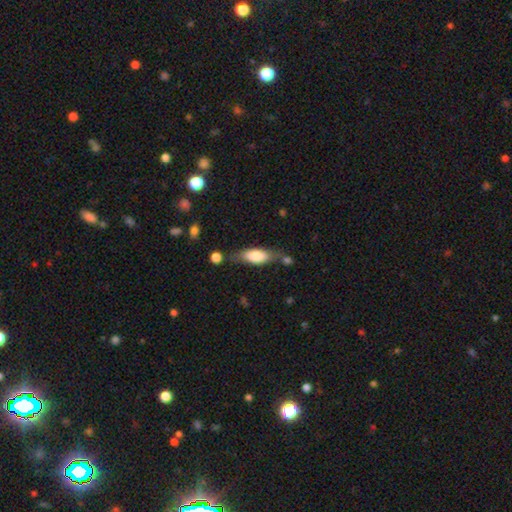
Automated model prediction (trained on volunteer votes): smooth 71%, featured or disk 23%, star or artifact 6%. Down the decision tree: how rounded — in between (71%); merging — none (60%).